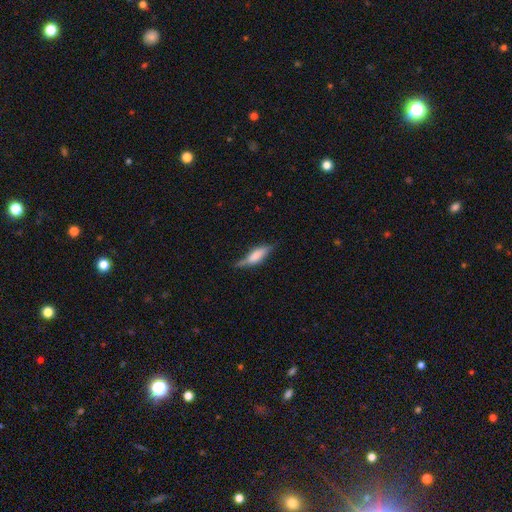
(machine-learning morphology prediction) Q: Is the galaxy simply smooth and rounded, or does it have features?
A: smooth — 59%.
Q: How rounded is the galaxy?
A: in between — 50%.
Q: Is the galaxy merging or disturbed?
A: none — 57%.